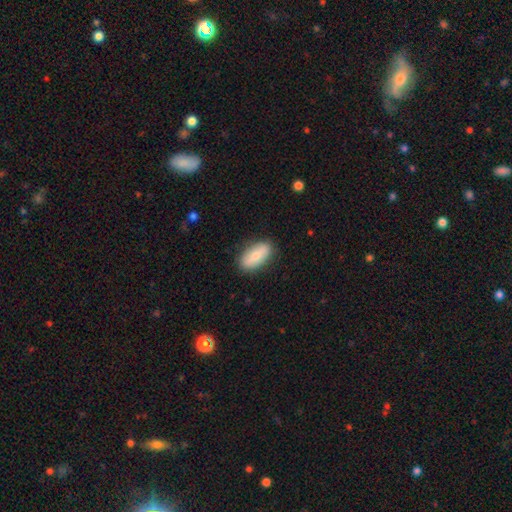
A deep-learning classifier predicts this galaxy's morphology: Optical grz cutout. It shows a smooth galaxy with no disk features (73%) that is in between round and cigar-shaped (90%). Merging: none (84%).